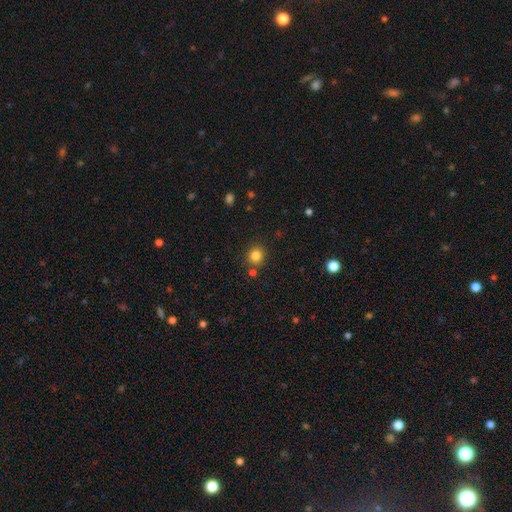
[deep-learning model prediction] This appears to be a smooth galaxy with no disk features (84%) that is round (87%). Merging: none (82%).